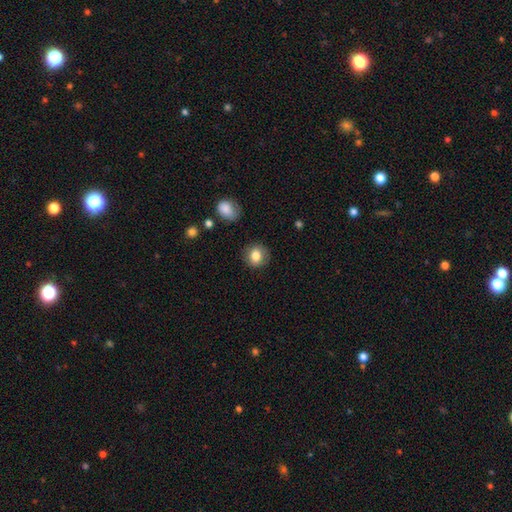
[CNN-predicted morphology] type=smooth (82%); roundness=round (84%); merging=none (87%).